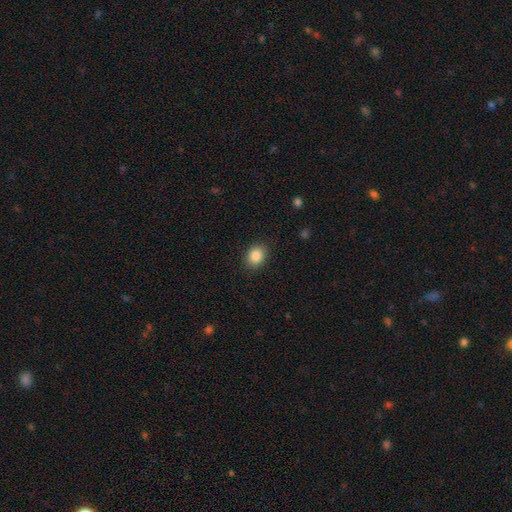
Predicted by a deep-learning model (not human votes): Smooth or featured? smooth (86%)
How rounded? in between (51%)
Merging? none (88%)